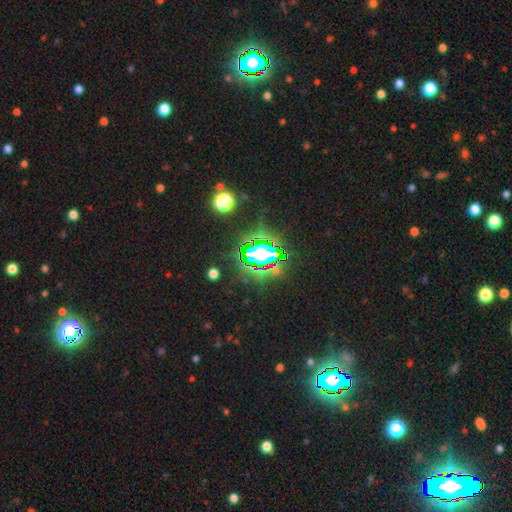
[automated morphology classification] The model was most divided on "smooth or featured": star or artifact: 71%, smooth: 18%, featured or disk: 11%.